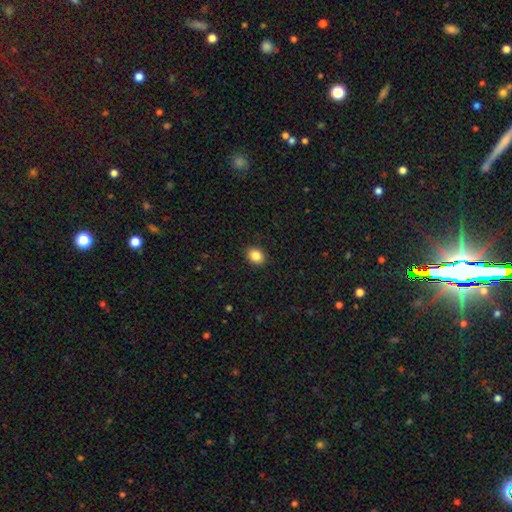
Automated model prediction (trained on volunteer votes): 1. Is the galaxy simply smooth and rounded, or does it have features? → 86% smooth, 9% star or artifact, 5% featured or disk.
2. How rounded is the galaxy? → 59% in between, 40% round, 1% cigar-shaped.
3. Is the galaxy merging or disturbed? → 90% none, 7% minor disturbance, 2% major disturbance, 1% merger.